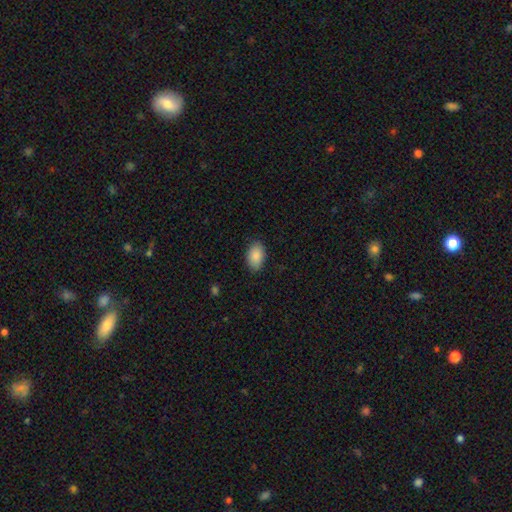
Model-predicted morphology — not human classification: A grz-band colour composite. It shows a smooth galaxy with no disk features (89%) that is in between round and cigar-shaped (91%). Merging: none (86%).